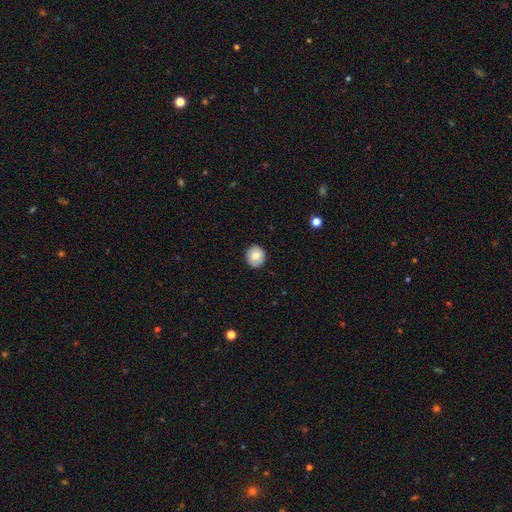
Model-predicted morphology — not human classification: Smooth or featured? smooth (83%)
How rounded? round (86%)
Merging? none (89%)